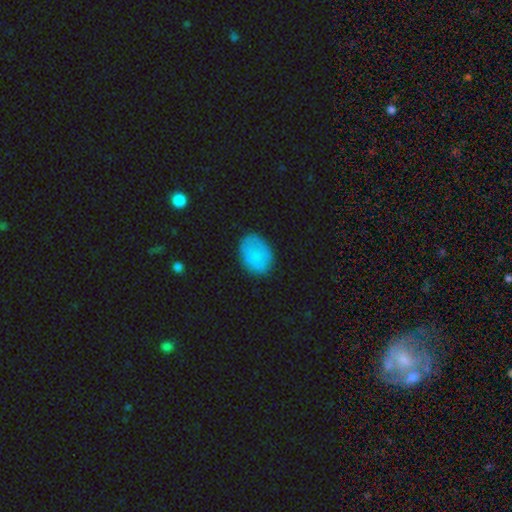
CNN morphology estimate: A smooth galaxy with no disk features (82%) that is in between round and cigar-shaped (78%). Merging: none (77%).